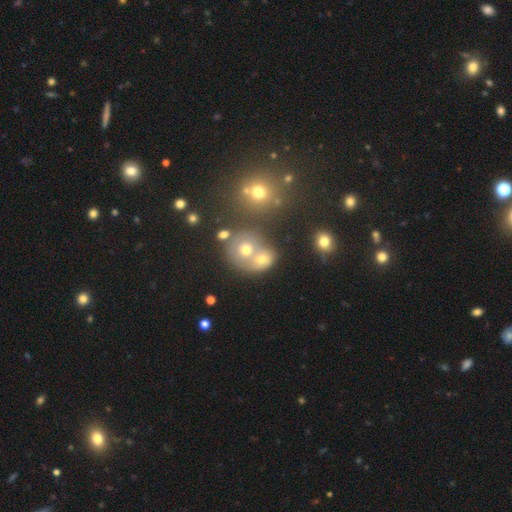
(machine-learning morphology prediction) smooth_or_featured: smooth (p=0.54) [alt: star or artifact p=0.26]
how_rounded: round (p=0.74) [alt: in between p=0.25]
merging: merger (p=0.45) [alt: none p=0.42]